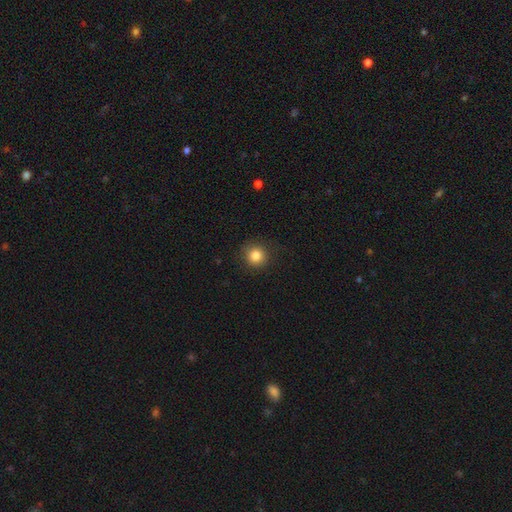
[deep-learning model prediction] Smooth or featured: smooth — 84% (star or artifact — 11%)
How rounded: round — 92% (in between — 7%)
Merging: none — 89% (minor disturbance — 8%)